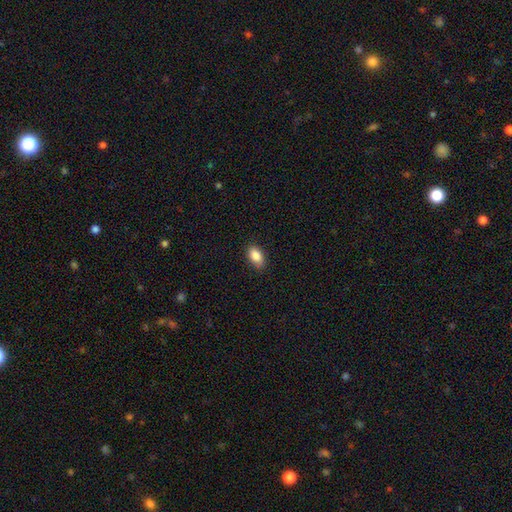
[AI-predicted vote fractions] smooth-or-featured: smooth: 88% | star or artifact: 7% | featured or disk: 5%
  how-rounded: in between: 91% | round: 6% | cigar-shaped: 3%
  merging: none: 86% | minor disturbance: 11% | major disturbance: 2% | merger: 1%